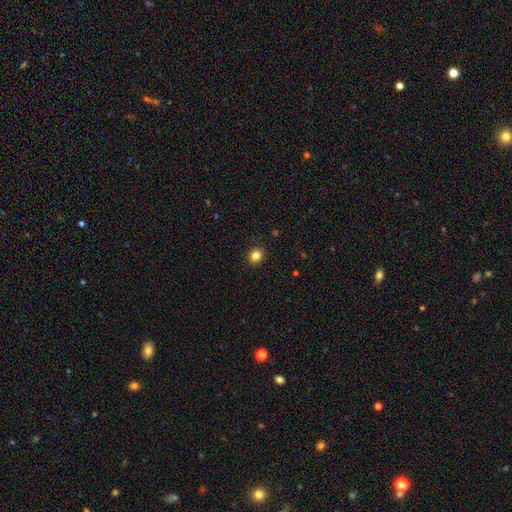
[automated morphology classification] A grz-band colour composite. It shows a smooth galaxy with no disk features (83%) that is round (75%). Merging: none (91%).